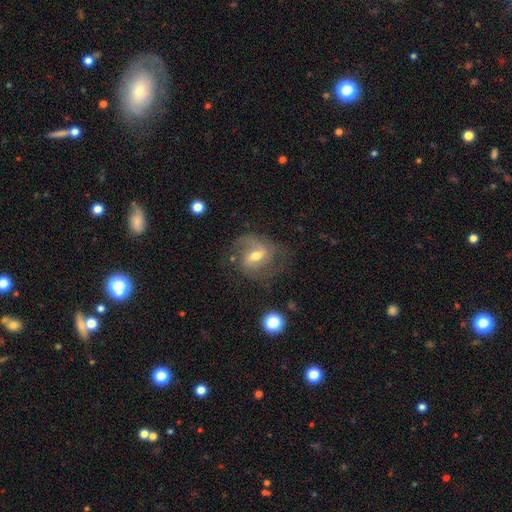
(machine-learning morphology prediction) smooth_or_featured: featured or disk (p=0.78) [alt: smooth p=0.14]
disk_edge_on: no (p=0.97) [alt: yes p=0.03]
bar: weak (p=0.52) [alt: no p=0.24]
has_spiral_arms: yes (p=0.91) [alt: no p=0.09]
spiral_winding: medium (p=0.47) [alt: loose p=0.30]
spiral_arm_count: 2 (p=0.62) [alt: 1 p=0.16]
bulge_size: moderate (p=0.62) [alt: small p=0.32]
merging: none (p=0.61) [alt: minor disturbance p=0.21]